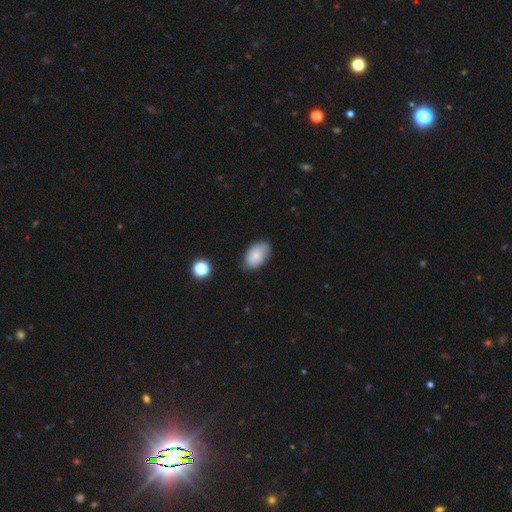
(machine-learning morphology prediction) Q: Smooth or featured?
A: smooth (79%); runner-up: featured or disk (13%)
Q: How rounded?
A: in between (91%); runner-up: round (8%)
Q: Merging?
A: none (69%); runner-up: minor disturbance (24%)